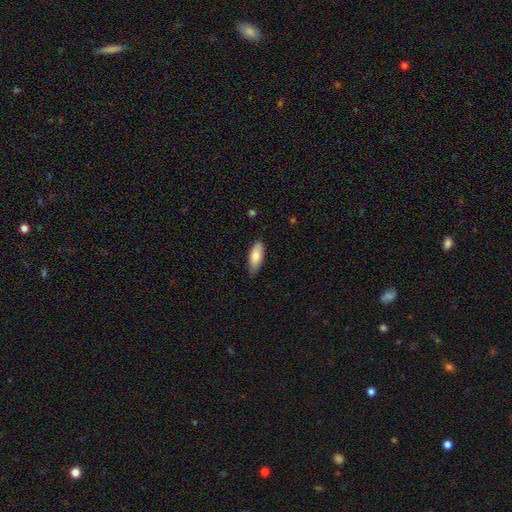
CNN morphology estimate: smooth-or-featured: smooth: 81% | featured or disk: 13% | star or artifact: 6%
  how-rounded: in between: 76% | cigar-shaped: 23% | round: 2%
  merging: none: 78% | minor disturbance: 18% | major disturbance: 2% | merger: 1%